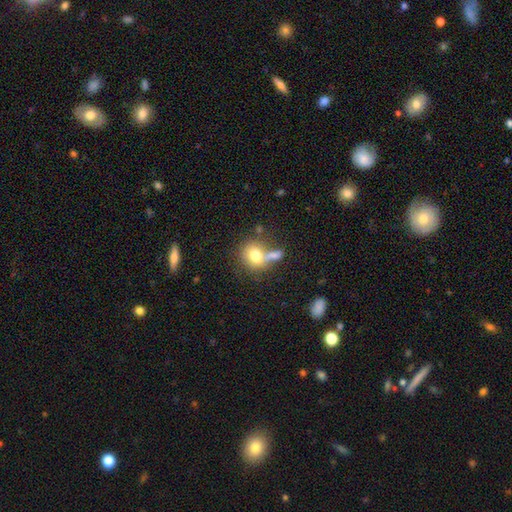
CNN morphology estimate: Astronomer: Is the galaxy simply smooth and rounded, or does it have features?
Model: smooth — 75%.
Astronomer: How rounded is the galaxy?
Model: round — 67%.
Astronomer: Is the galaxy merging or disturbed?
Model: none — 44% (runner-up: merger, 35%).